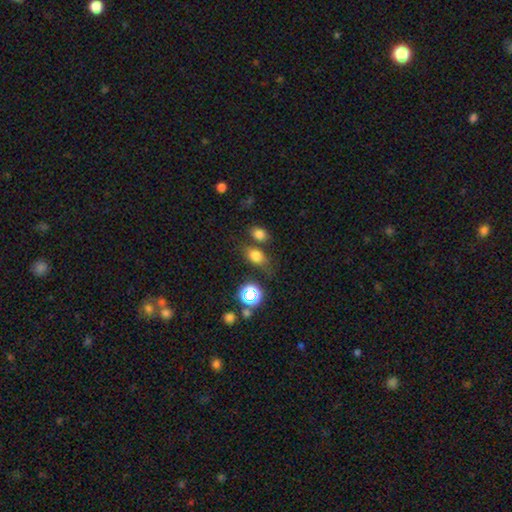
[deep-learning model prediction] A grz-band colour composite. It shows a smooth galaxy with no disk features (73%) that is in between round and cigar-shaped (75%). Merging: none (63%).